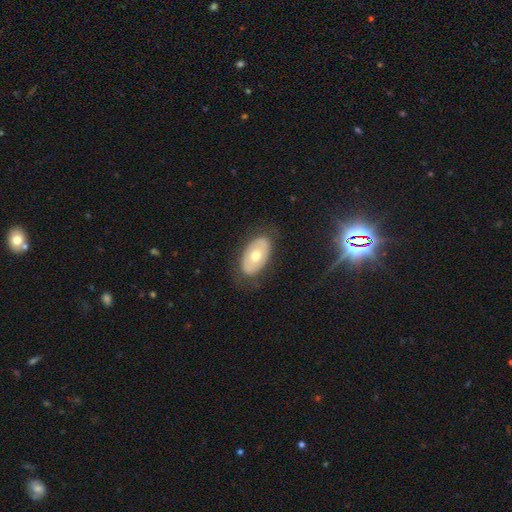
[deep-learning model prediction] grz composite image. It shows a smooth galaxy with no disk features (51%) that is in between round and cigar-shaped (92%). Merging: none (79%).